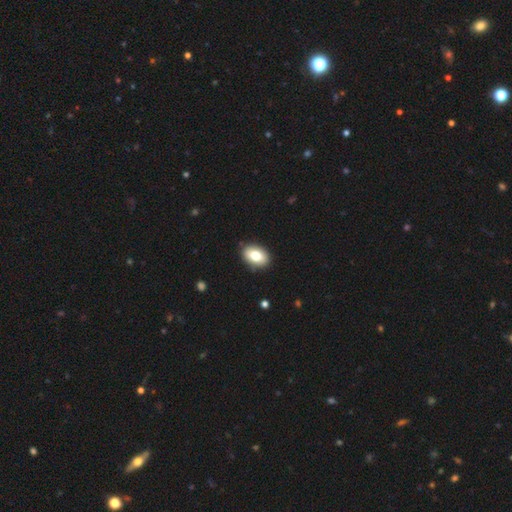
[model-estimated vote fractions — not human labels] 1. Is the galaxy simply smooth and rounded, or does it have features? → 78% smooth, 14% featured or disk, 8% star or artifact.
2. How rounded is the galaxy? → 85% in between, 14% round, 1% cigar-shaped.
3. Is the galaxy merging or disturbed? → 88% none, 8% minor disturbance, 2% major disturbance, 1% merger.